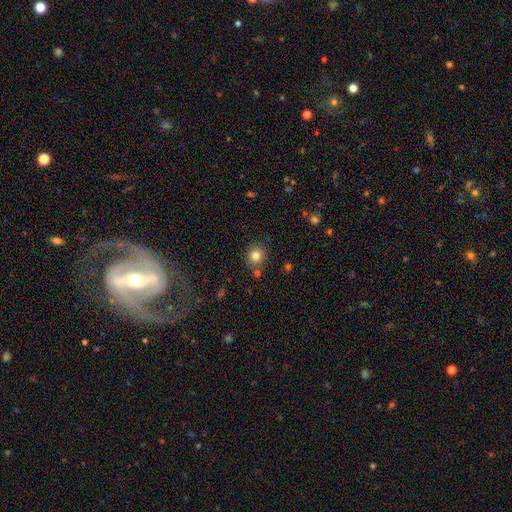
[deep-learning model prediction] smooth 82%, star or artifact 11%, featured or disk 7%. Down the decision tree: how rounded — round (84%); merging — none (76%).